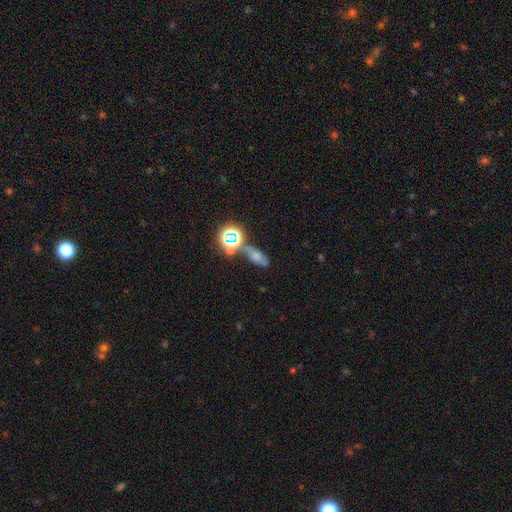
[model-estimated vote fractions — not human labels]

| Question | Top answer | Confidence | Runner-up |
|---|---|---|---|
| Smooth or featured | smooth | 53% | star or artifact (28%) |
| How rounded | in between | 65% | cigar-shaped (20%) |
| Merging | none | 58% | merger (18%) |